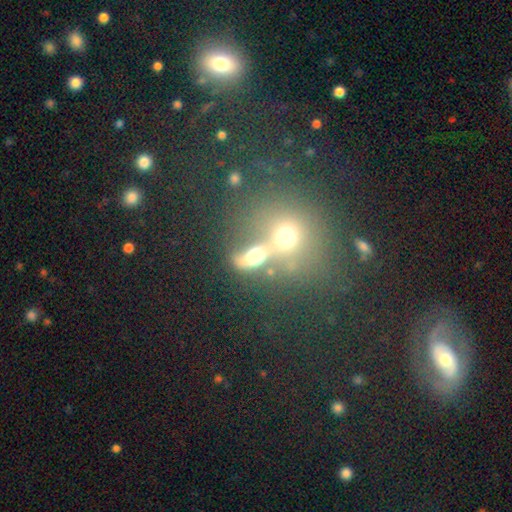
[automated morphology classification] smooth-or-featured: smooth: 56% | featured or disk: 27% | star or artifact: 16%
  how-rounded: in between: 54% | round: 37% | cigar-shaped: 9%
  merging: merger: 55% | none: 25% | major disturbance: 11% | minor disturbance: 9%